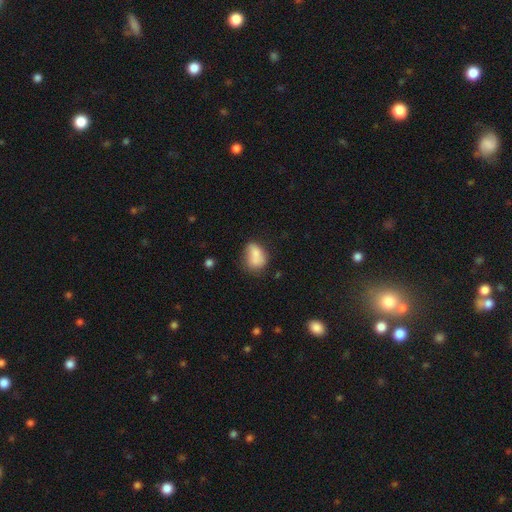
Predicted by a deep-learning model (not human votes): Smooth or featured?
  - smooth: 74% *
  - featured or disk: 17%
  - star or artifact: 9%
How rounded?
  - in between: 72% *
  - round: 26%
  - cigar-shaped: 2%
Merging?
  - none: 40% *
  - minor disturbance: 25%
  - merger: 23%
  - major disturbance: 11%